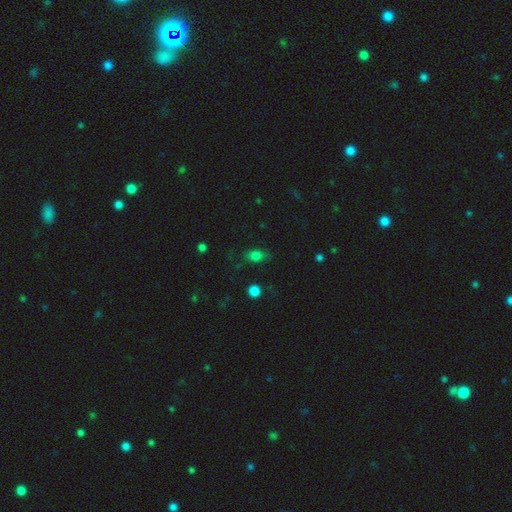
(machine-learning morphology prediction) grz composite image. It shows a smooth galaxy with no disk features (76%) that is in between round and cigar-shaped (74%). Merging: none (71%).